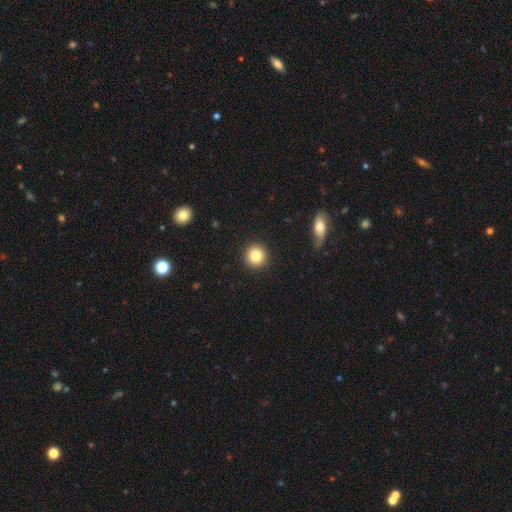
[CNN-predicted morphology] Smooth or featured? smooth (85%)
How rounded? round (93%)
Merging? none (92%)